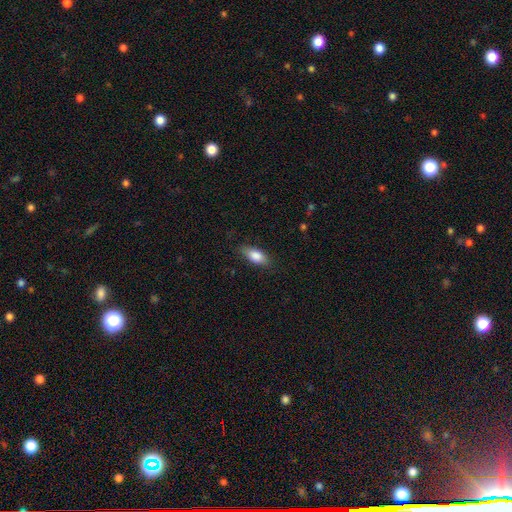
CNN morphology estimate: Smooth or featured?
  - smooth: 83% *
  - featured or disk: 11%
  - star or artifact: 7%
How rounded?
  - in between: 83% *
  - cigar-shaped: 14%
  - round: 4%
Merging?
  - none: 81% *
  - minor disturbance: 15%
  - major disturbance: 4%
  - merger: 1%